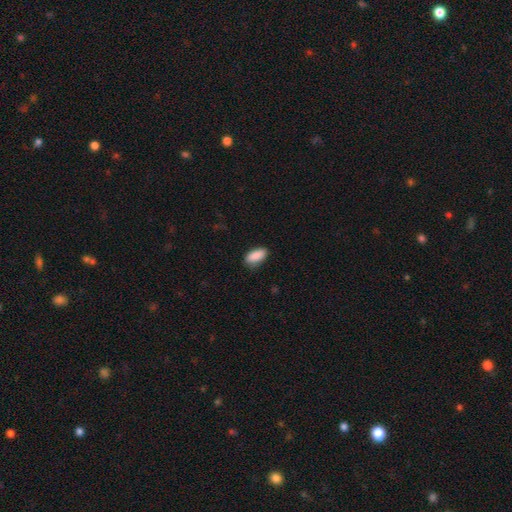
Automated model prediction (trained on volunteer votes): Smooth or featured? smooth (90%)
How rounded? in between (90%)
Merging? none (80%)